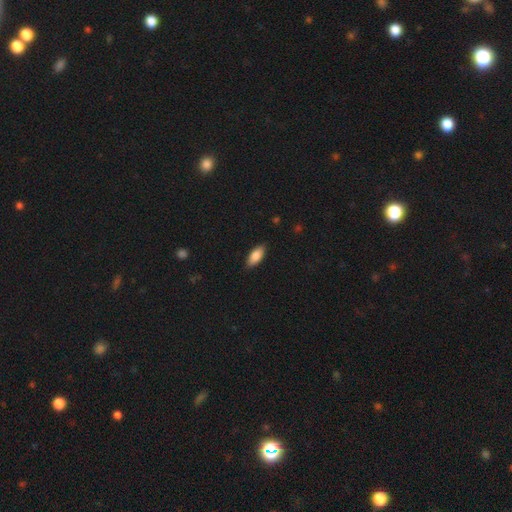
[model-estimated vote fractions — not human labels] The model was most divided on "how rounded": in between: 84%, cigar-shaped: 14%, round: 2%. More confident: merging — none (87%); smooth or featured — smooth (84%).